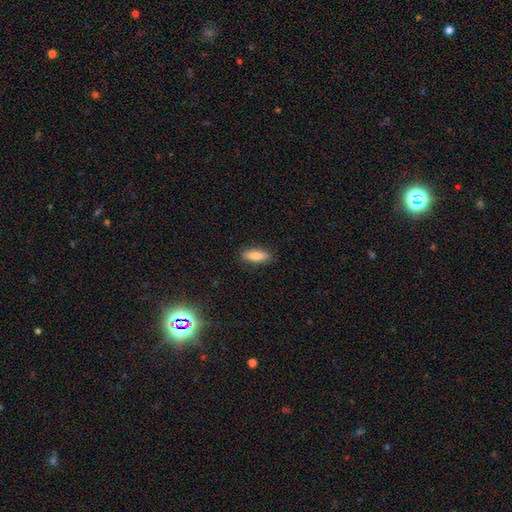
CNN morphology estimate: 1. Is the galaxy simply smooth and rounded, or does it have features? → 81% smooth, 12% featured or disk, 7% star or artifact.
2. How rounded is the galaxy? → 58% in between, 39% cigar-shaped, 2% round.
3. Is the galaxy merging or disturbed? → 88% none, 9% minor disturbance, 2% major disturbance, 1% merger.